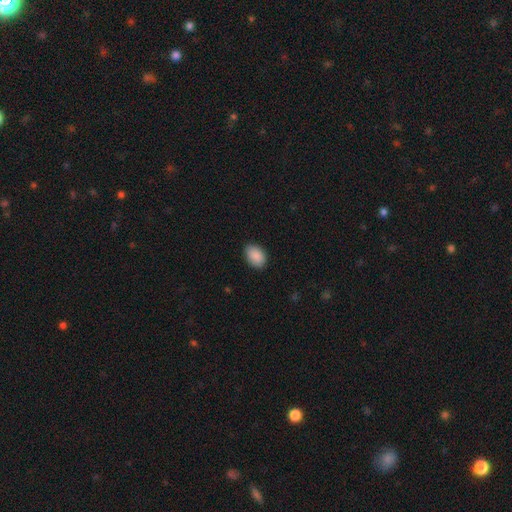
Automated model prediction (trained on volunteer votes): Q: Smooth or featured?
A: smooth (90%); runner-up: star or artifact (7%)
Q: How rounded?
A: in between (83%); runner-up: round (16%)
Q: Merging?
A: none (84%); runner-up: minor disturbance (13%)